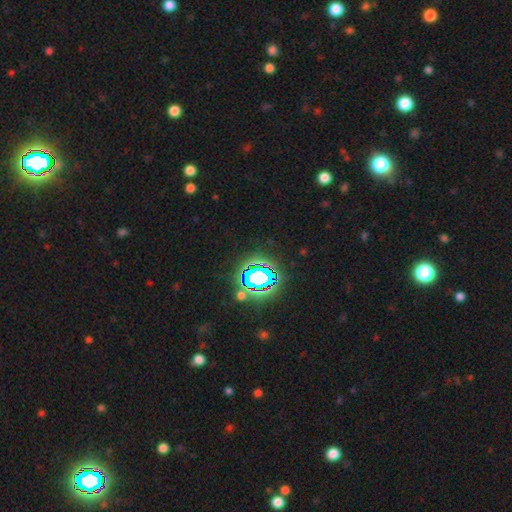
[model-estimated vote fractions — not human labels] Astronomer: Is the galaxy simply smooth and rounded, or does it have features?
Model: star or artifact — 80%.